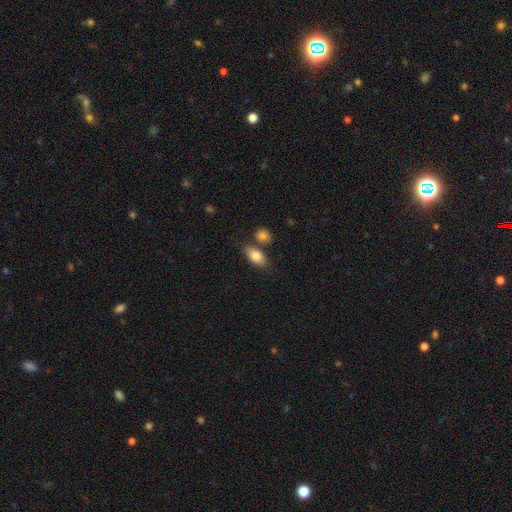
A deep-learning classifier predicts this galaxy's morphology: smooth-or-featured: smooth: 84% | featured or disk: 10% | star or artifact: 7%
  how-rounded: in between: 90% | round: 6% | cigar-shaped: 4%
  merging: none: 66% | merger: 18% | minor disturbance: 12% | major disturbance: 3%